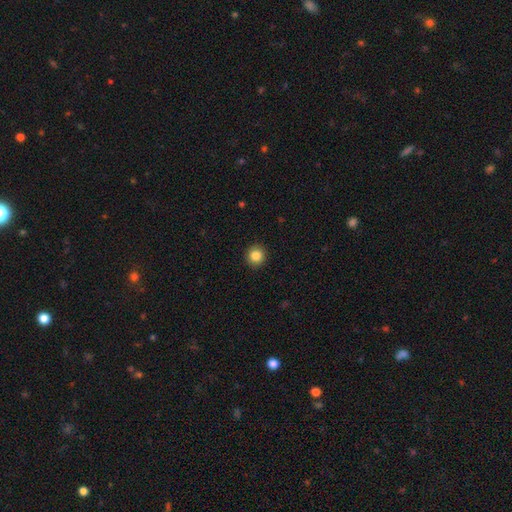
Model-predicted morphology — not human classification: Smooth or featured?
  - smooth: 85% *
  - star or artifact: 10%
  - featured or disk: 5%
How rounded?
  - round: 93% *
  - in between: 6%
  - cigar-shaped: 1%
Merging?
  - none: 92% *
  - minor disturbance: 5%
  - major disturbance: 2%
  - merger: 1%